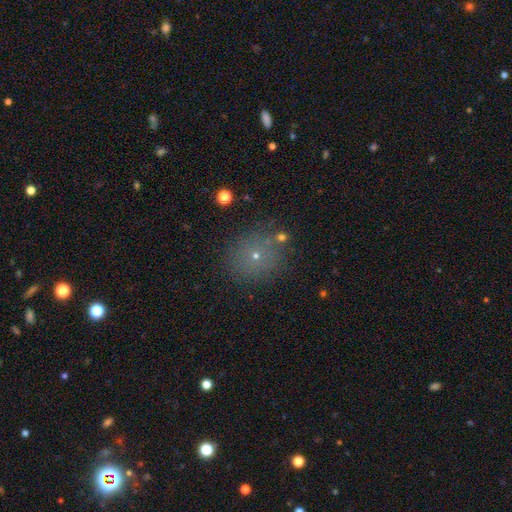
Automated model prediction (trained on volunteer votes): This is likely a smooth galaxy (62%). How rounded: clearly round (85%). Merging: likely none (80%).